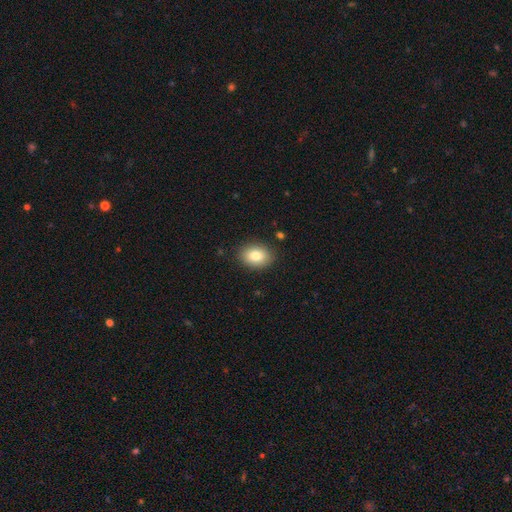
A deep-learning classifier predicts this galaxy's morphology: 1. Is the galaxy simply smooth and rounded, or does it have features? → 81% smooth, 10% featured or disk, 8% star or artifact.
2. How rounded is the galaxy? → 69% in between, 30% round, 1% cigar-shaped.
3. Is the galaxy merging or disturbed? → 87% none, 9% minor disturbance, 2% major disturbance, 1% merger.